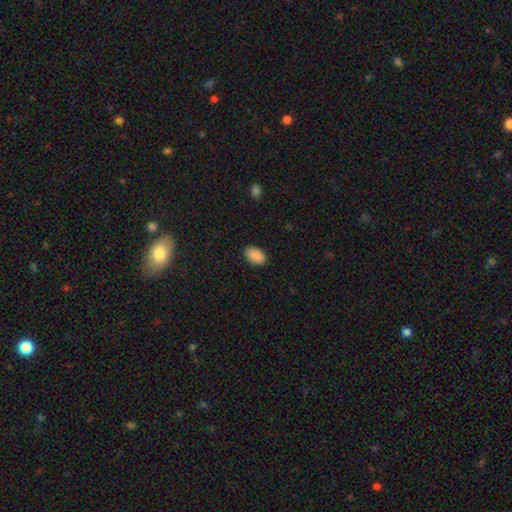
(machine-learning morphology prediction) A smooth galaxy with no disk features (90%) that is in between round and cigar-shaped (92%).

Vote fractions:
- Smooth or featured? smooth: 90% / star or artifact: 7% / featured or disk: 3%
- How rounded? in between: 92% / round: 6% / cigar-shaped: 1%
- Merging? none: 88% / minor disturbance: 9% / major disturbance: 2% / merger: 1%